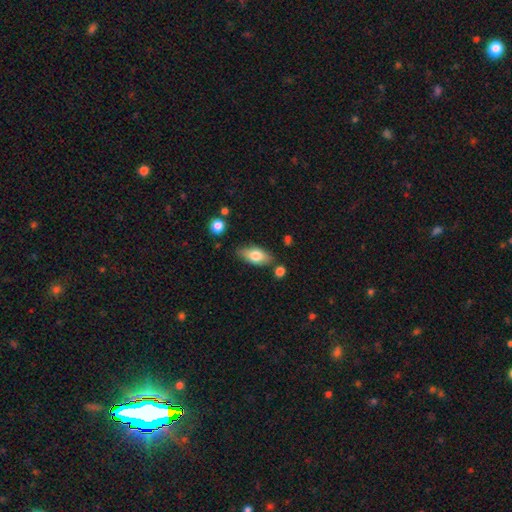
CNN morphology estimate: The model was most divided on "smooth or featured": smooth: 73%, featured or disk: 20%, star or artifact: 7%. More confident: how rounded — in between (86%); merging — none (78%).